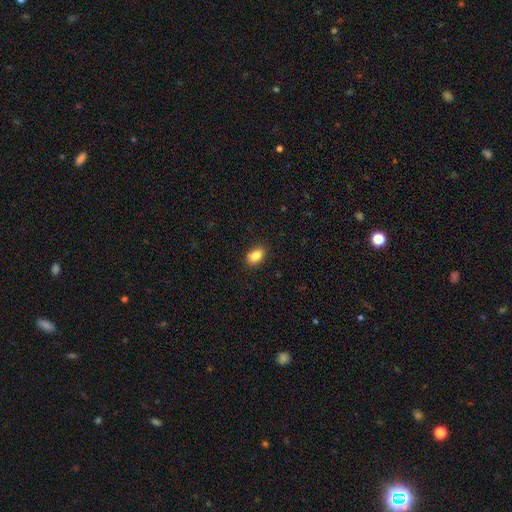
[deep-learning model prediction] The model was most divided on "how rounded": in between: 85%, round: 14%, cigar-shaped: 2%. More confident: merging — none (87%); smooth or featured — smooth (85%).